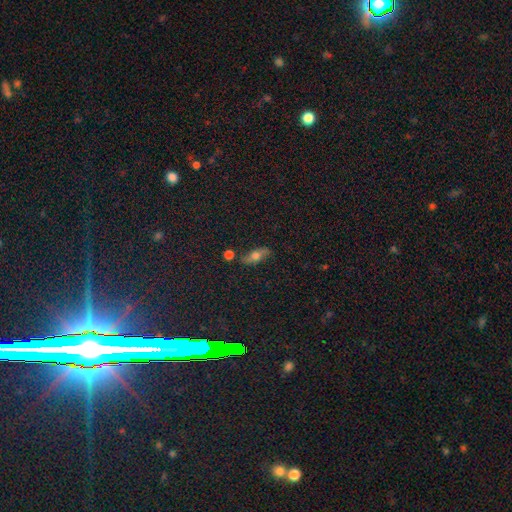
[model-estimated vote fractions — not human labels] smooth_or_featured: smooth (p=0.48) [alt: featured or disk p=0.41]
merging: none (p=0.75) [alt: minor disturbance p=0.15]